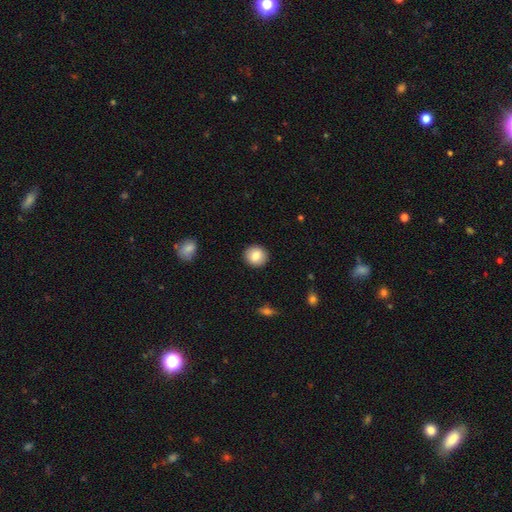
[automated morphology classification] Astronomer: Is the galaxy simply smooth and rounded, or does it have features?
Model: smooth — 84%.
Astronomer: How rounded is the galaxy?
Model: round — 87%.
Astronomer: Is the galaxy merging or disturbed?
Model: none — 92%.